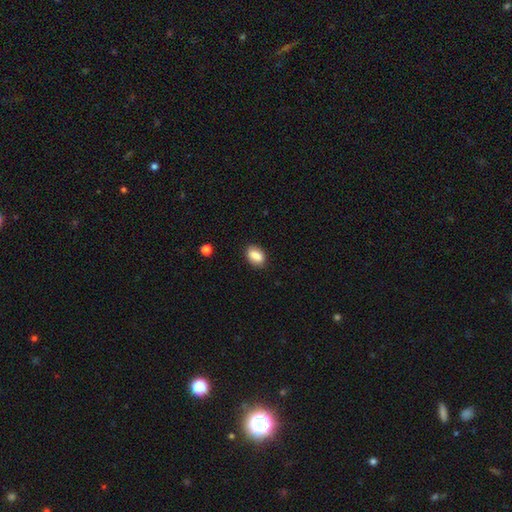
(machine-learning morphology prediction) Q: Smooth or featured?
A: smooth (86%); runner-up: star or artifact (8%)
Q: How rounded?
A: in between (85%); runner-up: round (13%)
Q: Merging?
A: none (84%); runner-up: minor disturbance (12%)